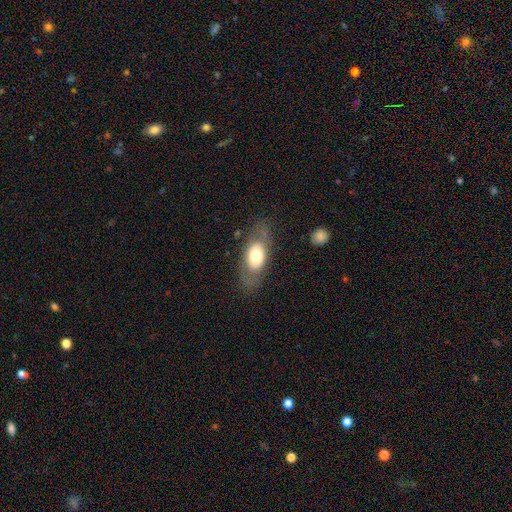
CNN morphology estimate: This is possibly a smooth galaxy (56%). How rounded: clearly in between (83%). Merging: likely none (76%).